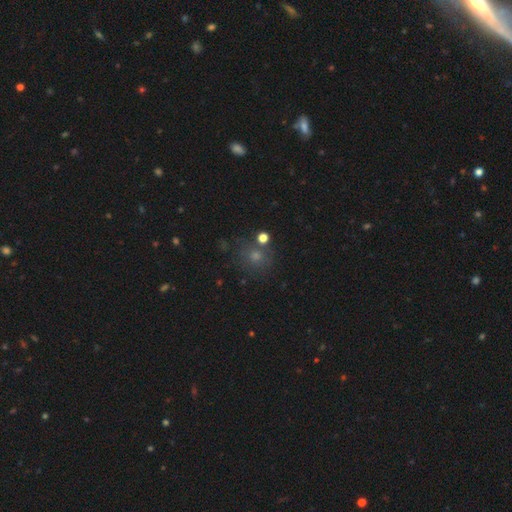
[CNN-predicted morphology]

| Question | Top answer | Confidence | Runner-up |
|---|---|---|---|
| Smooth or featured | smooth | 68% | star or artifact (22%) |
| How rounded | round | 84% | in between (15%) |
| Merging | none | 71% | minor disturbance (12%) |